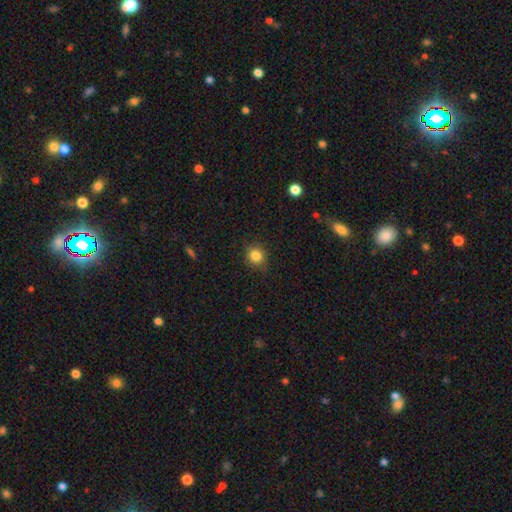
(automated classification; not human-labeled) This is clearly a smooth galaxy (83%). How rounded: clearly round (85%). Merging: clearly none (82%).